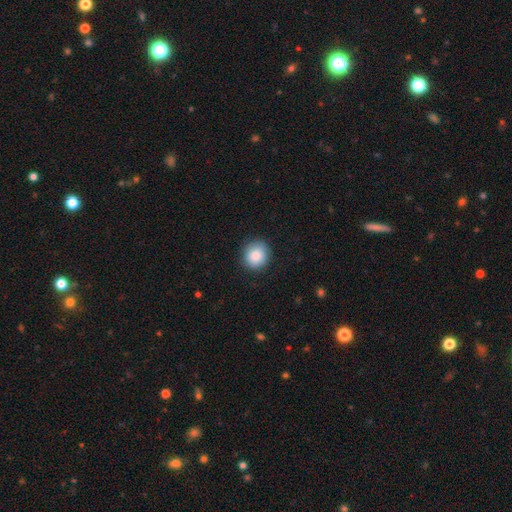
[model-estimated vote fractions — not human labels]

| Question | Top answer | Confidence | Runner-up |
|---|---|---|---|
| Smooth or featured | smooth | 86% | star or artifact (8%) |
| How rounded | round | 88% | in between (11%) |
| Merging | none | 87% | minor disturbance (10%) |